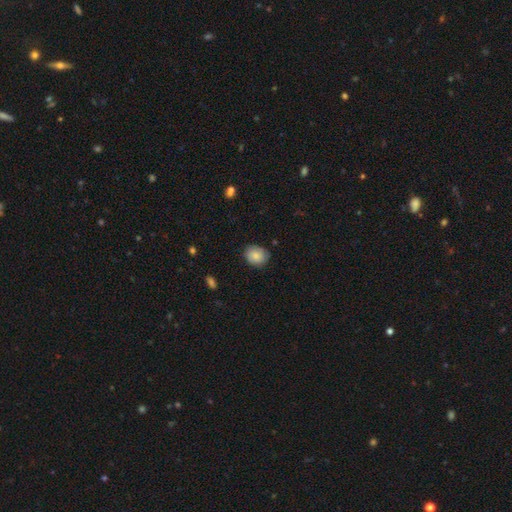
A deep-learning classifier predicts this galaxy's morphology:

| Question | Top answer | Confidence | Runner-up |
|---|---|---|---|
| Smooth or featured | smooth | 82% | featured or disk (11%) |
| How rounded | round | 60% | in between (39%) |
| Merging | none | 78% | minor disturbance (18%) |